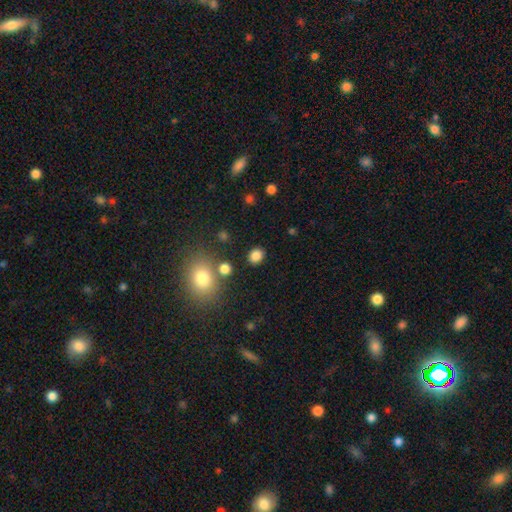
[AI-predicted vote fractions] A smooth galaxy with no disk features (84%) that is round (51%).

Vote fractions:
- Smooth or featured? smooth: 84% / star or artifact: 11% / featured or disk: 4%
- How rounded? round: 51% / in between: 48% / cigar-shaped: 1%
- Merging? none: 84% / minor disturbance: 9% / merger: 4% / major disturbance: 3%